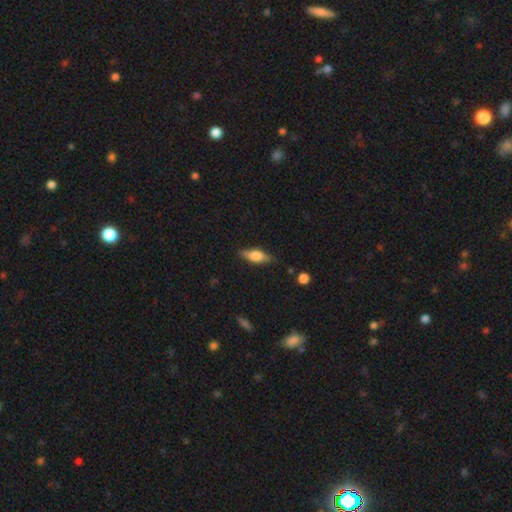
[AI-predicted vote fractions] Smooth or featured? Predicted: smooth (p=0.52). How rounded? Predicted: in between (p=0.59). Merging? Predicted: none (p=0.83).